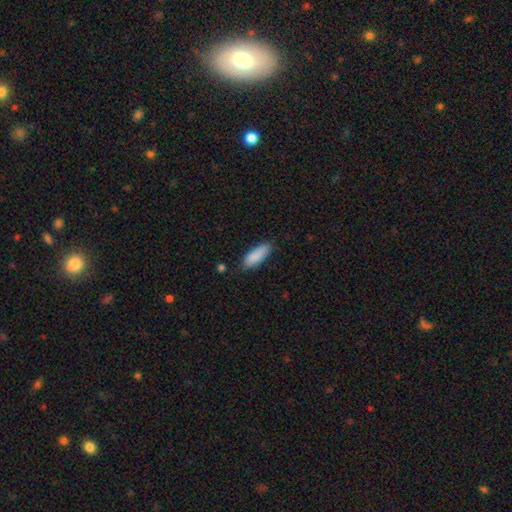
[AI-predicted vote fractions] Q: Smooth or featured?
A: smooth (88%); runner-up: star or artifact (6%)
Q: How rounded?
A: in between (69%); runner-up: cigar-shaped (29%)
Q: Merging?
A: none (75%); runner-up: minor disturbance (19%)